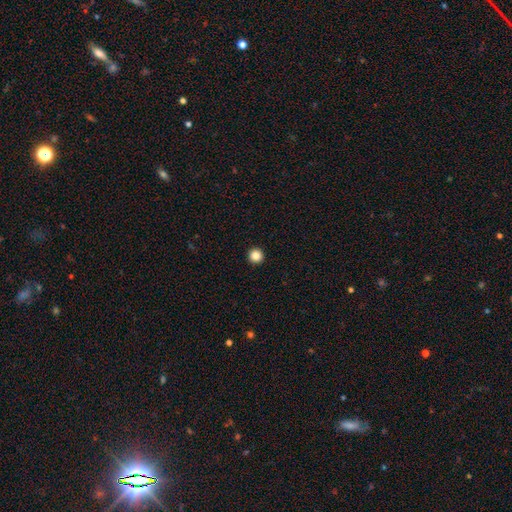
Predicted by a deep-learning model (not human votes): Overall: smooth (86%). How rounded: round (97%). Merging: none (94%).